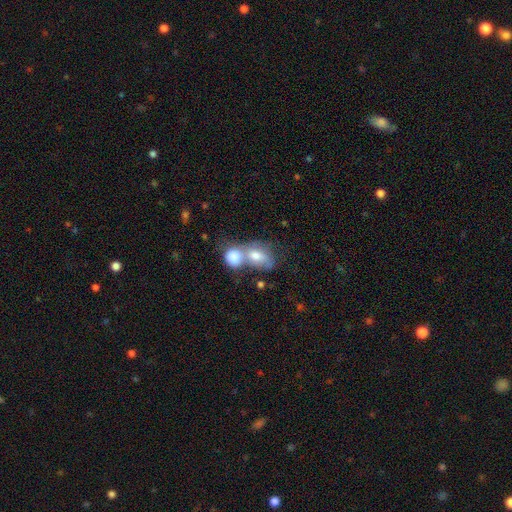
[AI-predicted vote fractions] Smooth or featured? Predicted: smooth (p=0.70). How rounded? Predicted: in between (p=0.66). Merging? Predicted: merger (p=0.72).